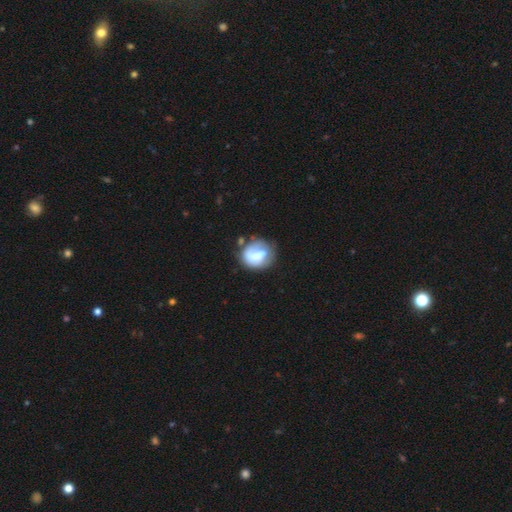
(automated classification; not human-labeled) Q: Smooth or featured?
A: smooth (54%); runner-up: featured or disk (38%)
Q: How rounded?
A: round (64%); runner-up: in between (35%)
Q: Merging?
A: none (51%); runner-up: minor disturbance (26%)